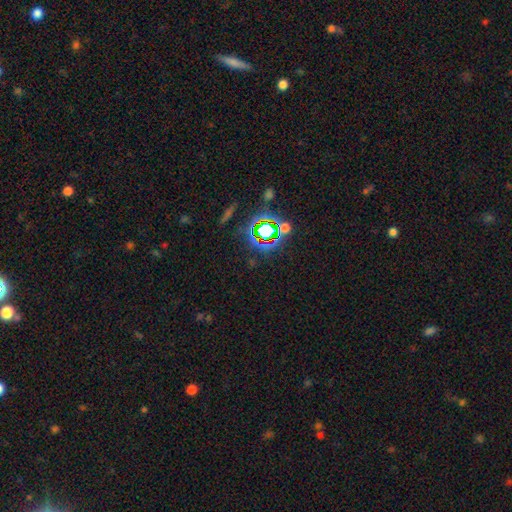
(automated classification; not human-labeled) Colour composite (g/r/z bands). It shows a star or artifact, not a galaxy (76%).